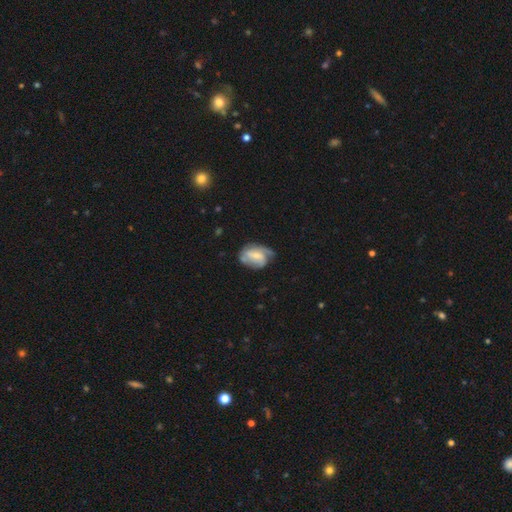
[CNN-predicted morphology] smooth-or-featured: featured or disk: 66% | smooth: 28% | star or artifact: 6%
  disk-edge-on: no: 97% | yes: 3%
    bar: weak: 46% | no: 34% | strong: 20%
    has-spiral-arms: yes: 83% | no: 17%
      spiral-winding: medium: 40% | tight: 35% | loose: 24%
      spiral-arm-count: 2: 44% | can't tell: 24% | 1: 15% | 3: 13% | 4: 2% | more than 4: 2%
    bulge-size: small: 51% | moderate: 37% | none: 8% | large: 3% | dominant: 1%
  merging: none: 47% | minor disturbance: 31% | major disturbance: 19% | merger: 3%